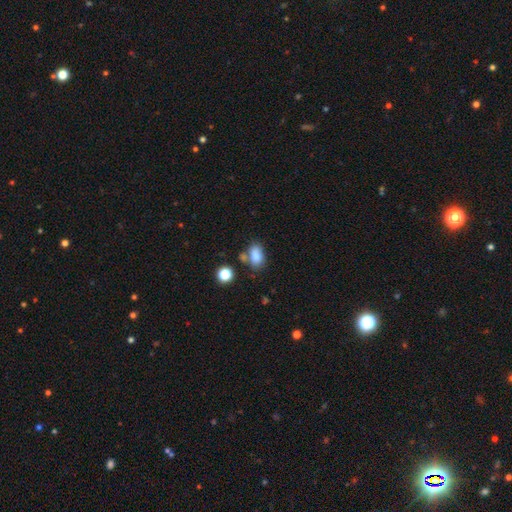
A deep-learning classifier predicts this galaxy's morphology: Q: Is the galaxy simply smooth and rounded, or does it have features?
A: smooth — 83%.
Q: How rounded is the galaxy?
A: in between — 85%.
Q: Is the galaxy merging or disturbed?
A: none — 56%.